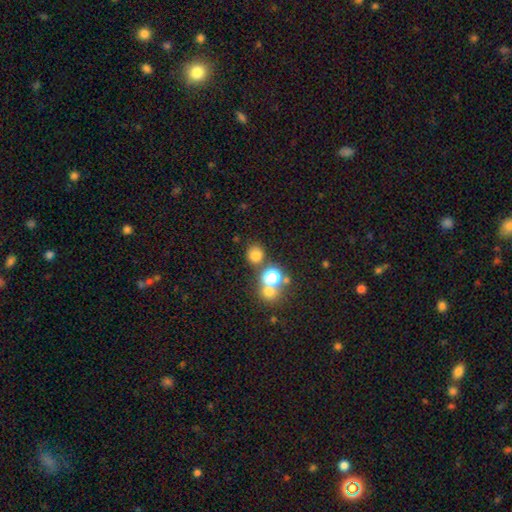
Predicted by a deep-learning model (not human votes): smooth-or-featured: smooth: 72% | star or artifact: 21% | featured or disk: 7%
  how-rounded: round: 88% | in between: 11% | cigar-shaped: 1%
  merging: none: 74% | merger: 14% | minor disturbance: 8% | major disturbance: 4%